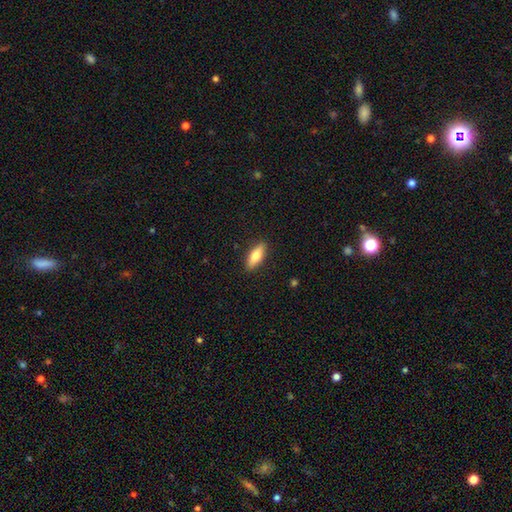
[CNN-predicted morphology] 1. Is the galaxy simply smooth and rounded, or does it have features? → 71% smooth, 23% featured or disk, 6% star or artifact.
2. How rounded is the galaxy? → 62% in between, 36% cigar-shaped, 2% round.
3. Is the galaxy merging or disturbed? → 89% none, 8% minor disturbance, 2% major disturbance, 1% merger.